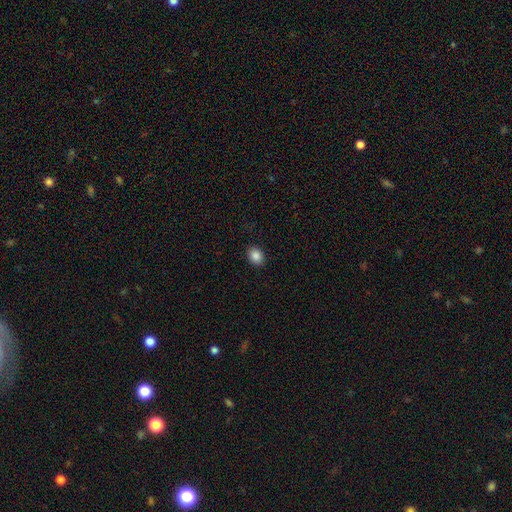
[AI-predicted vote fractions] A smooth galaxy with no disk features (87%) that is in between round and cigar-shaped (57%).

Vote fractions:
- Smooth or featured? smooth: 87% / star or artifact: 9% / featured or disk: 4%
- How rounded? in between: 57% / round: 42% / cigar-shaped: 1%
- Merging? none: 90% / minor disturbance: 7% / major disturbance: 2% / merger: 1%